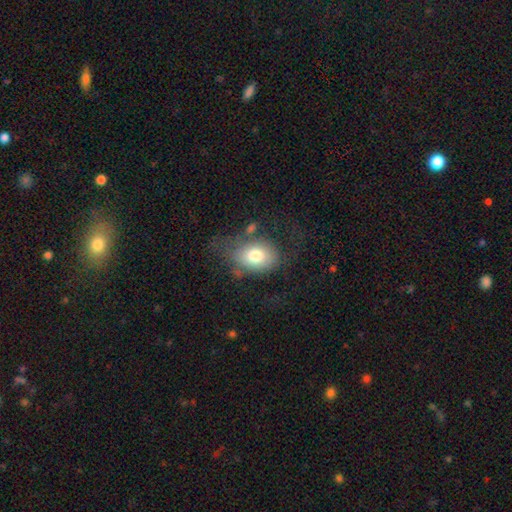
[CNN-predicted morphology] A smooth galaxy with no disk features (73%) that is in between round and cigar-shaped (69%).

Vote fractions:
- Smooth or featured? smooth: 73% / featured or disk: 18% / star or artifact: 9%
- How rounded? in between: 69% / round: 30% / cigar-shaped: 1%
- Merging? none: 50% / minor disturbance: 24% / major disturbance: 21% / merger: 5%